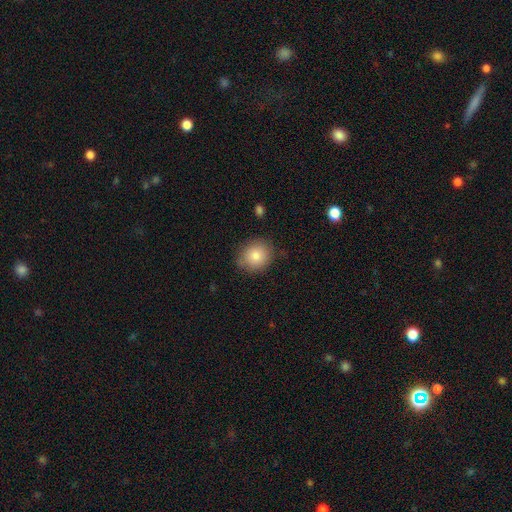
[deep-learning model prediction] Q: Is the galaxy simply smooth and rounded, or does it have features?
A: smooth — 84%.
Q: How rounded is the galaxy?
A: round — 73%.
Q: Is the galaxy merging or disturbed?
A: none — 80%.